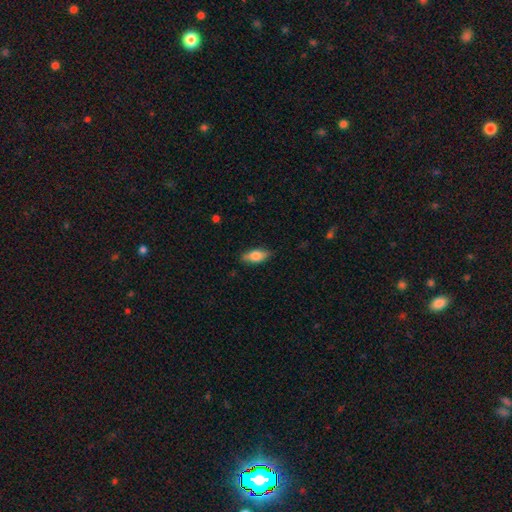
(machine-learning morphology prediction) smooth 72%, featured or disk 21%, star or artifact 7%. Down the decision tree: how rounded — in between (77%); merging — none (83%).